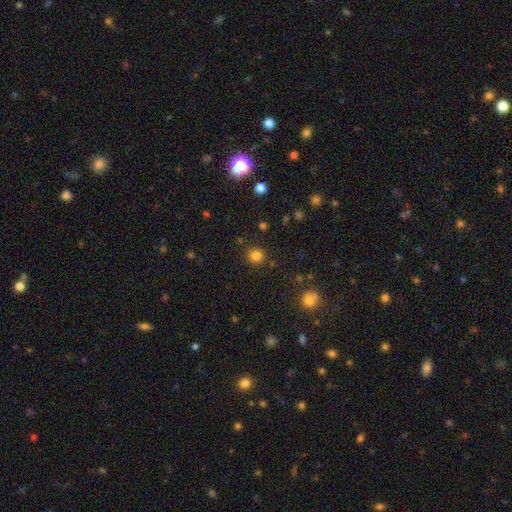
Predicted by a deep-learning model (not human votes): smooth_or_featured: smooth (p=0.81) [alt: star or artifact p=0.15]
how_rounded: round (p=0.83) [alt: in between p=0.17]
merging: none (p=0.84) [alt: minor disturbance p=0.09]